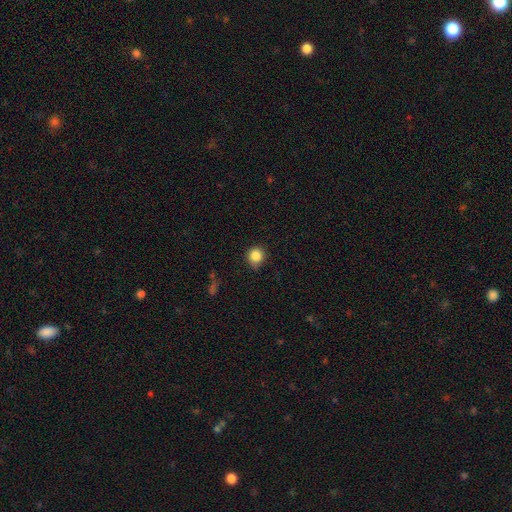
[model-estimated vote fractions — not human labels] Smooth or featured?
  - smooth: 85% *
  - star or artifact: 10%
  - featured or disk: 4%
How rounded?
  - round: 90% *
  - in between: 9%
  - cigar-shaped: 1%
Merging?
  - none: 78% *
  - minor disturbance: 17%
  - major disturbance: 3%
  - merger: 1%